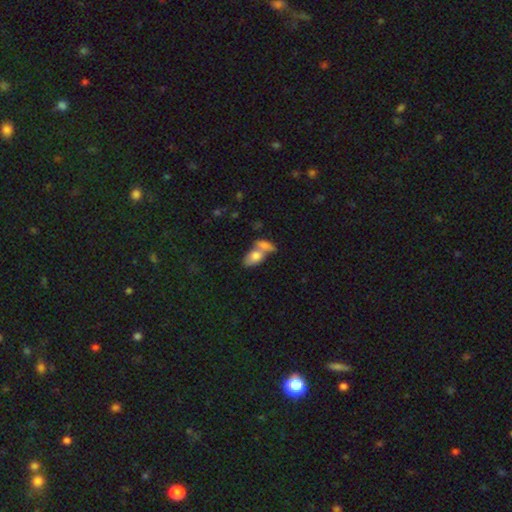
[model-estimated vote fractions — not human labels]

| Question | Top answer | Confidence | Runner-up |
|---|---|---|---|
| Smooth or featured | smooth | 75% | featured or disk (17%) |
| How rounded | in between | 87% | round (7%) |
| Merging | merger | 60% | none (28%) |